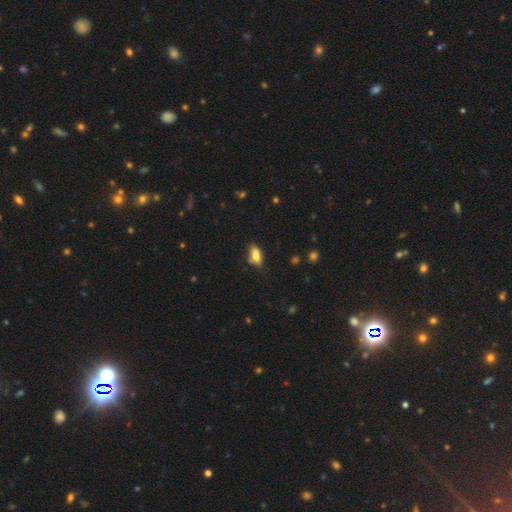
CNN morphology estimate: The model was most divided on "merging": none: 66%, minor disturbance: 23%, merger: 6%, major disturbance: 5%. More confident: how rounded — in between (84%); smooth or featured — smooth (74%).